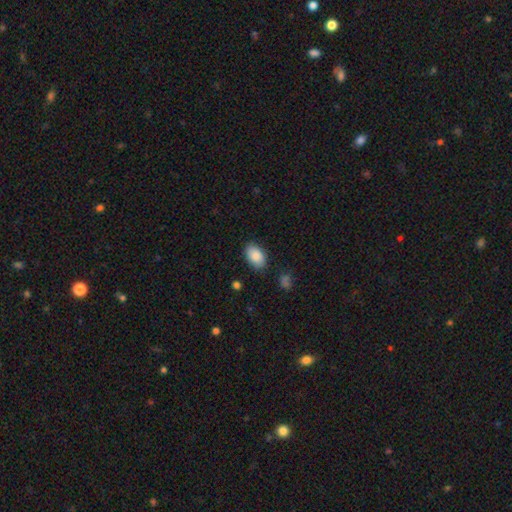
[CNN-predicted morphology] A smooth galaxy with no disk features (88%) that is in between round and cigar-shaped (91%).

Vote fractions:
- Smooth or featured? smooth: 88% / star or artifact: 7% / featured or disk: 6%
- How rounded? in between: 91% / round: 8% / cigar-shaped: 1%
- Merging? none: 82% / minor disturbance: 13% / major disturbance: 3% / merger: 2%